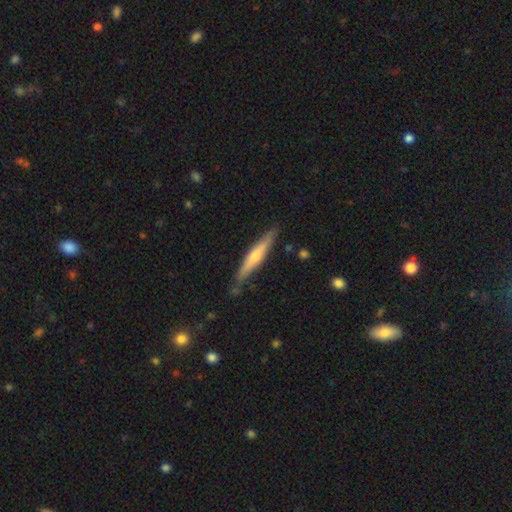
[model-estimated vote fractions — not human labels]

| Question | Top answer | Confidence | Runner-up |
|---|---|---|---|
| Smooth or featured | featured or disk | 59% | smooth (35%) |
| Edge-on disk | yes | 95% | no (5%) |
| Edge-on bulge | rounded | 81% | none (15%) |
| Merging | none | 85% | minor disturbance (11%) |